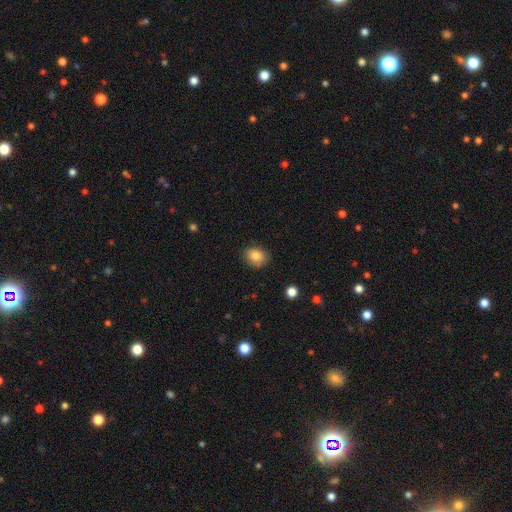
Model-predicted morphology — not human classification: Q: Smooth or featured?
A: smooth (84%); runner-up: star or artifact (9%)
Q: How rounded?
A: round (51%); runner-up: in between (48%)
Q: Merging?
A: none (81%); runner-up: minor disturbance (14%)